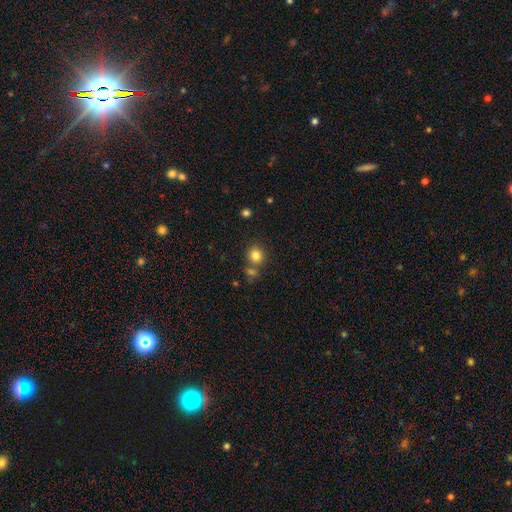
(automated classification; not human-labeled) smooth 83%, star or artifact 12%, featured or disk 6%. Down the decision tree: how rounded — round (87%); merging — none (69%).